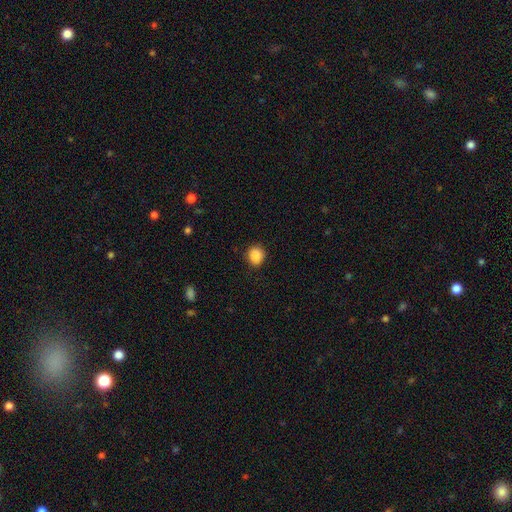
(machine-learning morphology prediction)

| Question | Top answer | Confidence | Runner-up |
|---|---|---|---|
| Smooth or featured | smooth | 88% | star or artifact (9%) |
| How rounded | round | 75% | in between (24%) |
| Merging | none | 86% | minor disturbance (10%) |